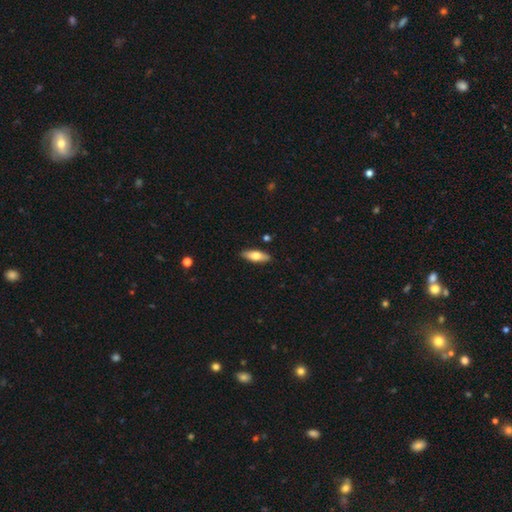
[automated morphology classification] Overall: smooth (66%; featured or disk 28%). How rounded: in between (61%; cigar-shaped 37%). Merging: none (87%).